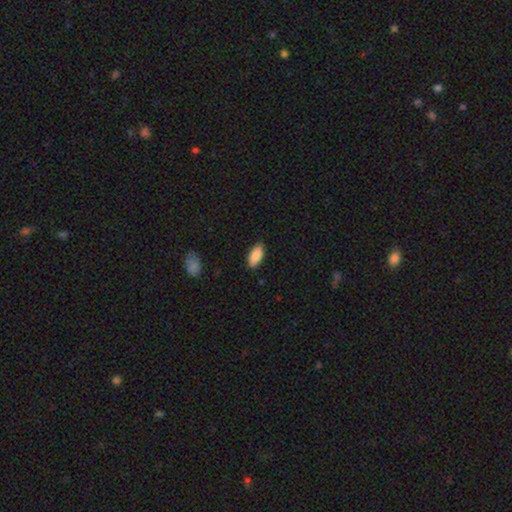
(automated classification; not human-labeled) Morphology: type=smooth (88%); roundness=in between (89%); merging=none (86%).